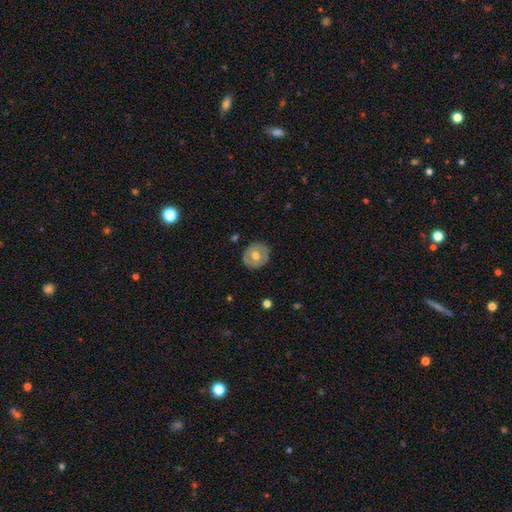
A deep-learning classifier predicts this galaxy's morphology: Smooth or featured? Predicted: smooth (p=0.55). How rounded? Predicted: round (p=0.79). Merging? Predicted: none (p=0.86).